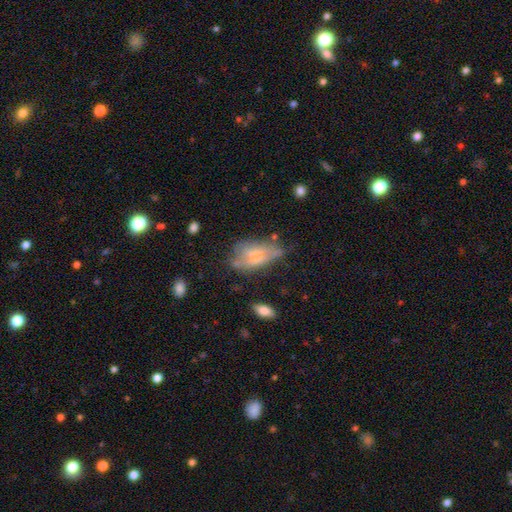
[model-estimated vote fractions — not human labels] This is possibly a smooth galaxy (48%). Merging: marginally none (36%).